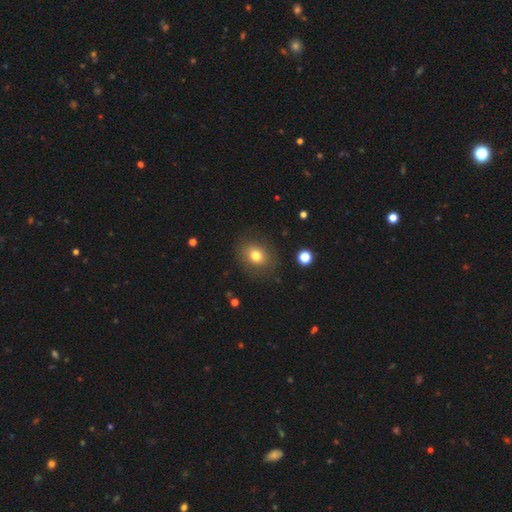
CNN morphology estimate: Smooth or featured? smooth (75%)
How rounded? round (55%)
Merging? none (83%)